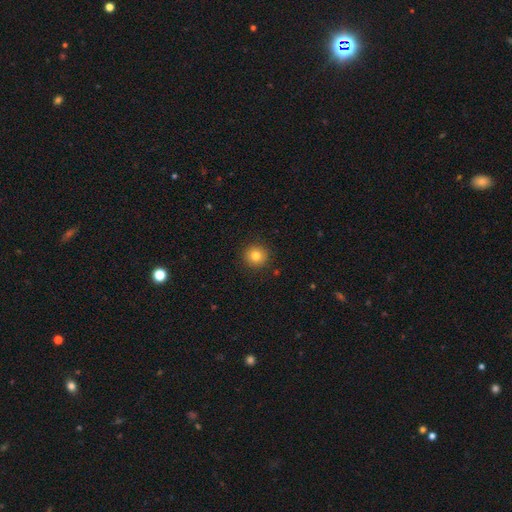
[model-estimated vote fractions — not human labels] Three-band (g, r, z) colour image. It shows a smooth galaxy with no disk features (82%) that is round (94%). Merging: none (92%).